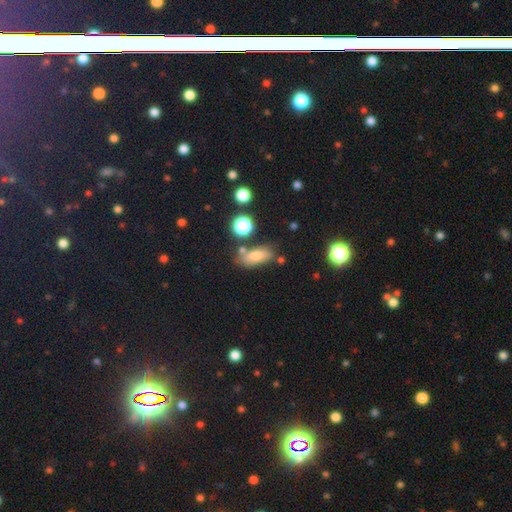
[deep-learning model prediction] A smooth galaxy with no disk features (73%) that is in between round and cigar-shaped (71%). Merging: none (67%).